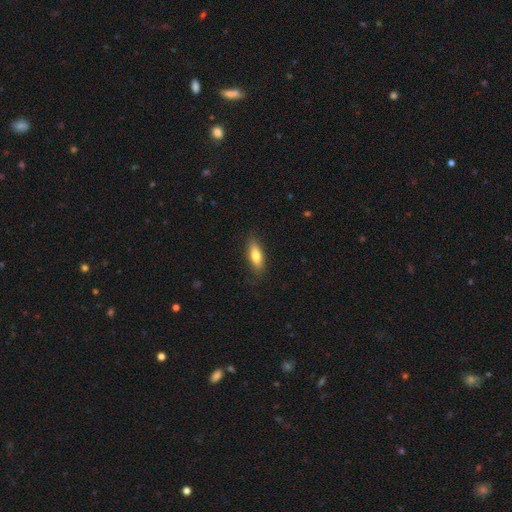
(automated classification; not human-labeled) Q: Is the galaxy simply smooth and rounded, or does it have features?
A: smooth — 73%.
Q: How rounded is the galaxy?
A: in between — 60%.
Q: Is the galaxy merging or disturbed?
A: none — 85%.